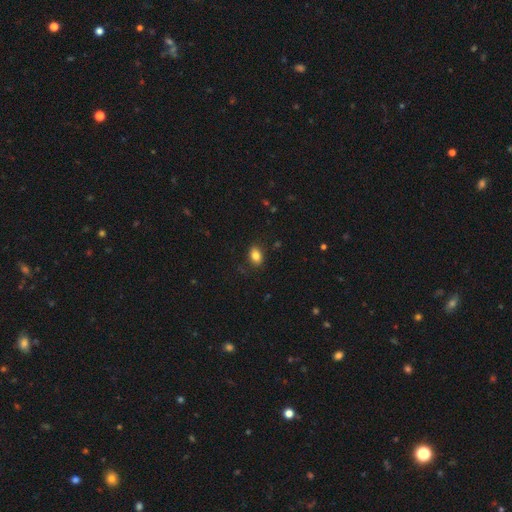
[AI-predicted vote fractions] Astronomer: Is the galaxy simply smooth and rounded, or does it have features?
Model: smooth — 84%.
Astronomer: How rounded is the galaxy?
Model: in between — 81%.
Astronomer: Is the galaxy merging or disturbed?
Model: none — 84%.